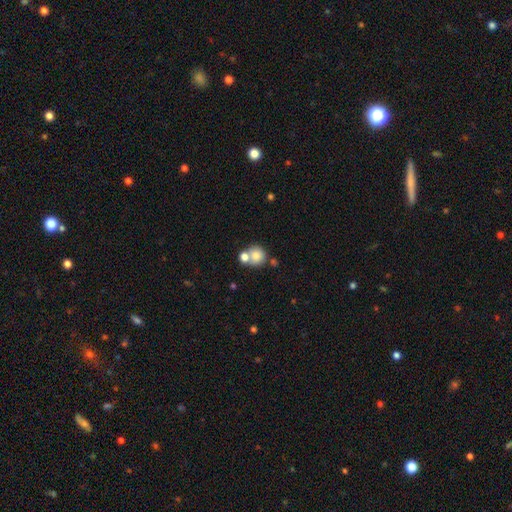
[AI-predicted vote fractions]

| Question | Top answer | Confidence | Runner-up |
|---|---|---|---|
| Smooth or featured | smooth | 79% | featured or disk (12%) |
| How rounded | round | 84% | in between (15%) |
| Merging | none | 45% | merger (40%) |